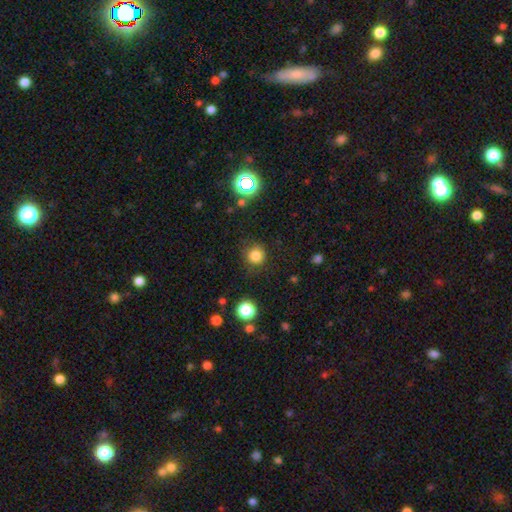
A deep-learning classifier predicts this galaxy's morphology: Smooth or featured?
  - smooth: 81% *
  - star or artifact: 14%
  - featured or disk: 5%
How rounded?
  - round: 92% *
  - in between: 7%
  - cigar-shaped: 1%
Merging?
  - none: 84% *
  - minor disturbance: 10%
  - major disturbance: 4%
  - merger: 2%